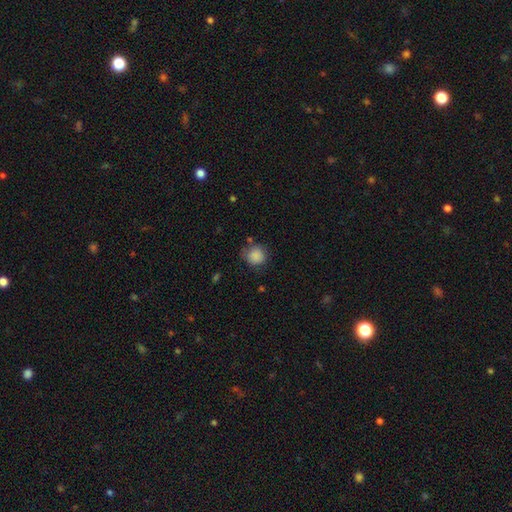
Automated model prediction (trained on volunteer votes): Q: Smooth or featured?
A: smooth (86%); runner-up: star or artifact (9%)
Q: How rounded?
A: round (87%); runner-up: in between (12%)
Q: Merging?
A: none (70%); runner-up: minor disturbance (21%)